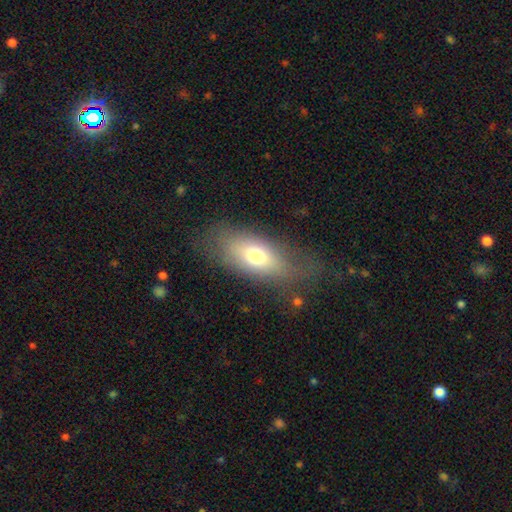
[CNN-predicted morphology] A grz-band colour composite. It shows a smooth galaxy with no disk features (70%) that is in between round and cigar-shaped (81%). Merging: none (67%).